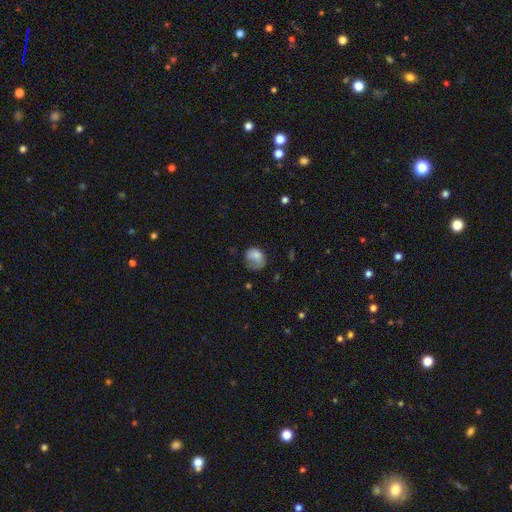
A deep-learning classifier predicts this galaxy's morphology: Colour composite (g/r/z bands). It shows a smooth galaxy with no disk features (74%) that is round (53%). Merging: none (34%).